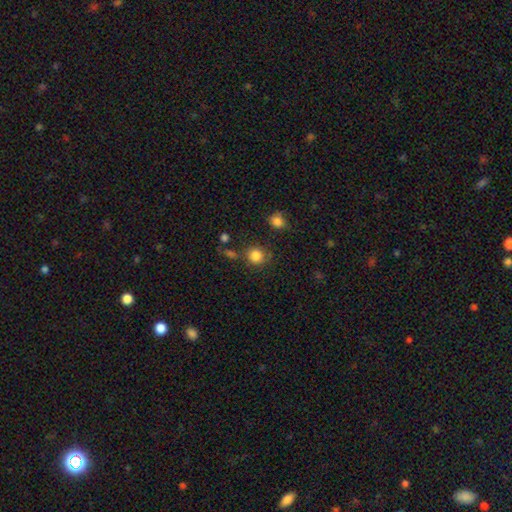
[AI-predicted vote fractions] Smooth or featured: smooth — 84% (star or artifact — 11%)
How rounded: round — 88% (in between — 11%)
Merging: none — 73% (minor disturbance — 14%)